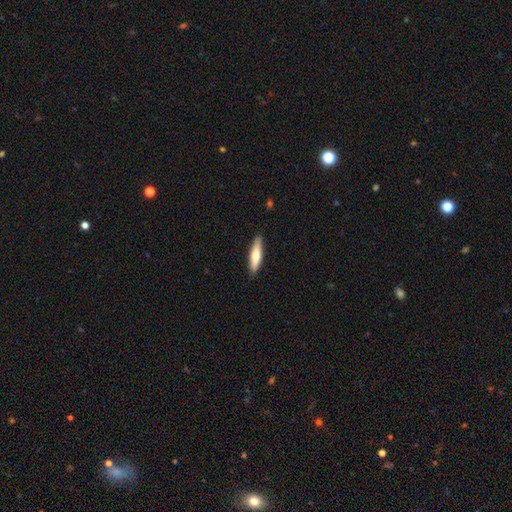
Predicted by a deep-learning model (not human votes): Smooth or featured: smooth — 68% (featured or disk — 27%)
How rounded: cigar-shaped — 75% (in between — 24%)
Merging: none — 89% (minor disturbance — 8%)